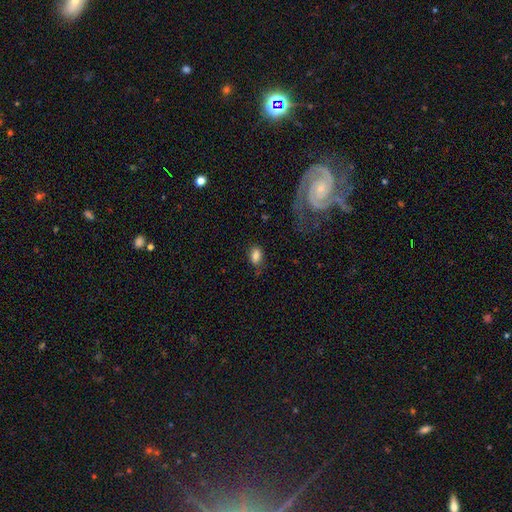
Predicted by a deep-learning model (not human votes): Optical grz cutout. It shows a smooth galaxy with no disk features (81%) that is in between round and cigar-shaped (86%). Merging: none (72%).